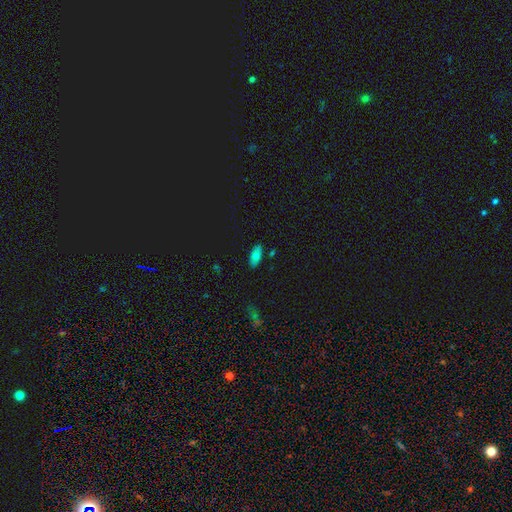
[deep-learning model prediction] Overall: smooth (67%). How rounded: in between (91%). Merging: none (85%).